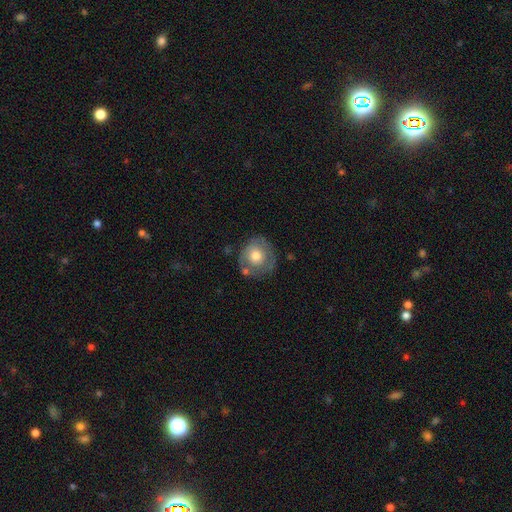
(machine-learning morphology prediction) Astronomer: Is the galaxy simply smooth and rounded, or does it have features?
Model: smooth — 62%.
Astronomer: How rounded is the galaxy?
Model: round — 89%.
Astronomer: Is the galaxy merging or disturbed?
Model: none — 69%.